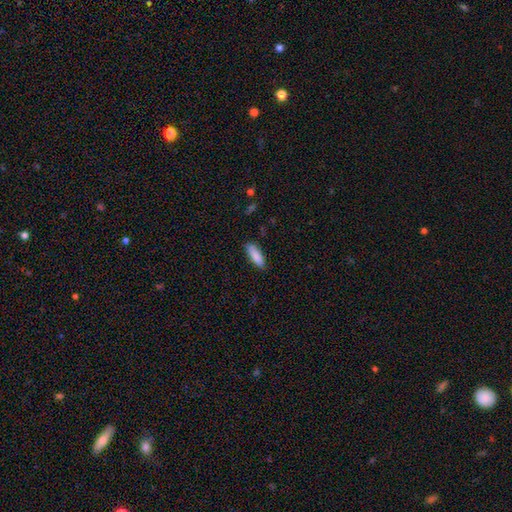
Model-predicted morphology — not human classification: The model was most divided on "how rounded": in between: 53%, cigar-shaped: 45%, round: 1%. More confident: smooth or featured — smooth (88%); merging — none (85%).